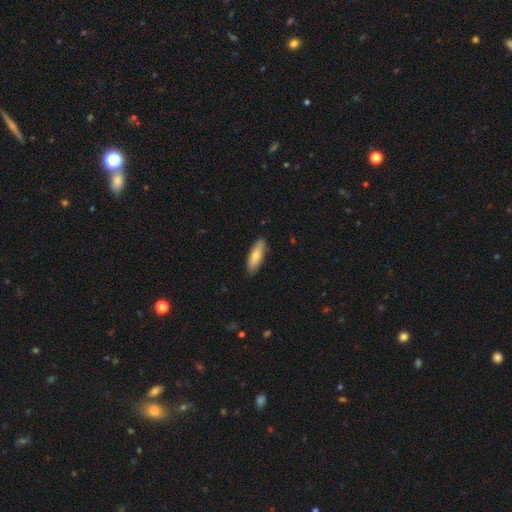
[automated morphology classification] This appears to be a smooth galaxy with no disk features (73%) that is in between round and cigar-shaped (56%). Merging: none (86%).